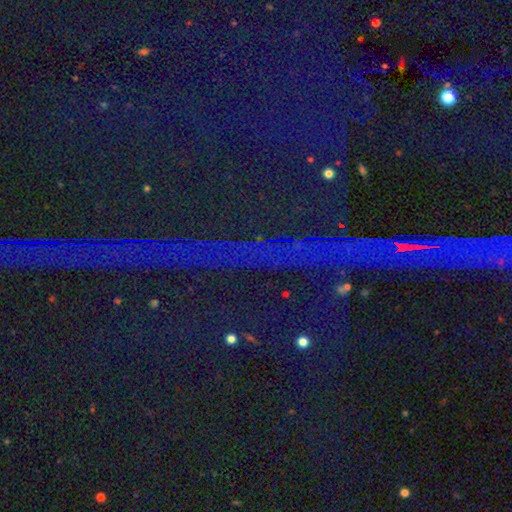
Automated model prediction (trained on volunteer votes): Overall: star or artifact (86%).